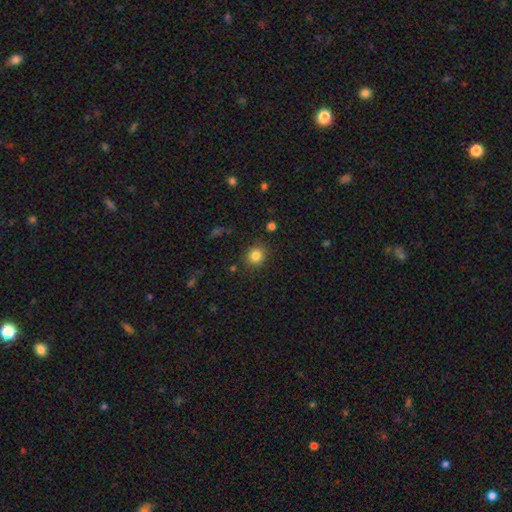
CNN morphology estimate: This appears to be a smooth galaxy with no disk features (83%) that is round (84%). Merging: none (87%).